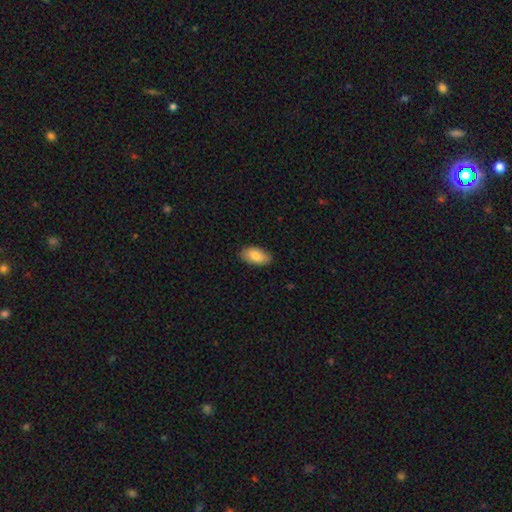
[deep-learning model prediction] Morphology: type=smooth (87%); roundness=in between (95%); merging=none (85%).